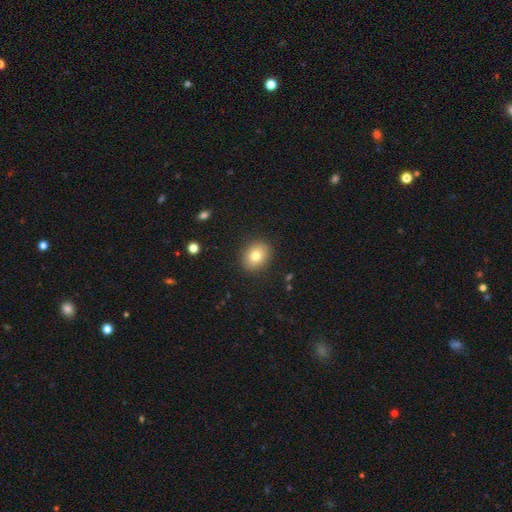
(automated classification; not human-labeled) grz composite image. It shows a smooth galaxy with no disk features (78%) that is round (60%). Merging: none (89%).